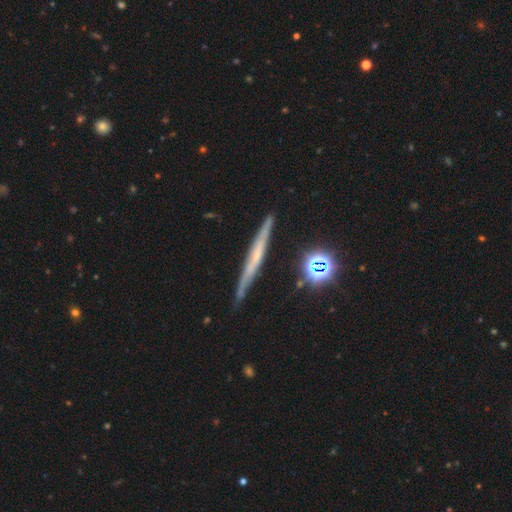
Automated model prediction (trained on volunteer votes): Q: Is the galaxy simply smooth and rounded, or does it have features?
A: featured or disk — 61%.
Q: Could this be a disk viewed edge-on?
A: yes — 94%.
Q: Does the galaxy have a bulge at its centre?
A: none — 73%.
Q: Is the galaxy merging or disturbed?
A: none — 84%.